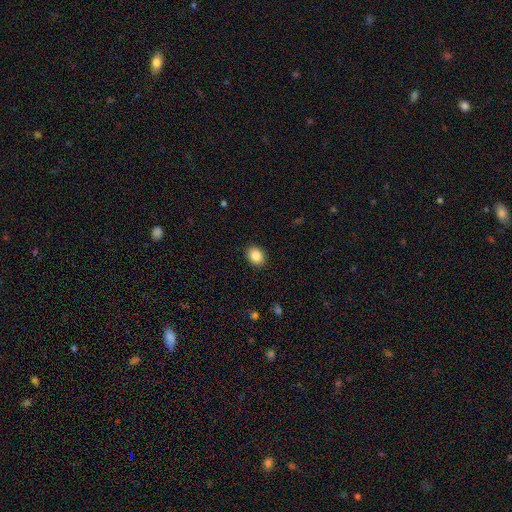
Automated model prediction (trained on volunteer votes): smooth-or-featured: smooth: 86% | star or artifact: 9% | featured or disk: 5%
  how-rounded: in between: 56% | round: 44% | cigar-shaped: 1%
  merging: none: 90% | minor disturbance: 7% | major disturbance: 2% | merger: 1%